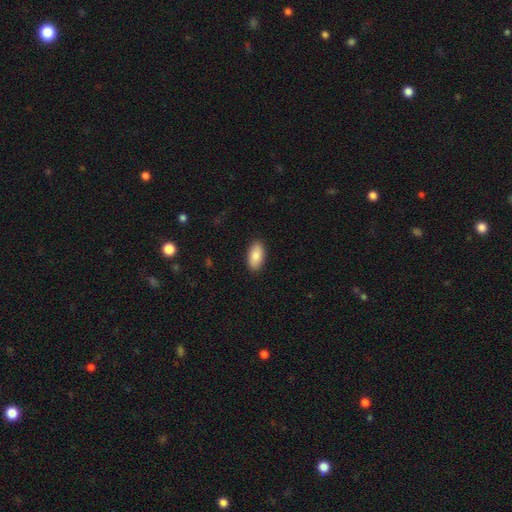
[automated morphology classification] A smooth galaxy with no disk features (86%) that is in between round and cigar-shaped (94%).

Vote fractions:
- Smooth or featured? smooth: 86% / featured or disk: 8% / star or artifact: 6%
- How rounded? in between: 94% / cigar-shaped: 4% / round: 3%
- Merging? none: 89% / minor disturbance: 8% / major disturbance: 2% / merger: 1%